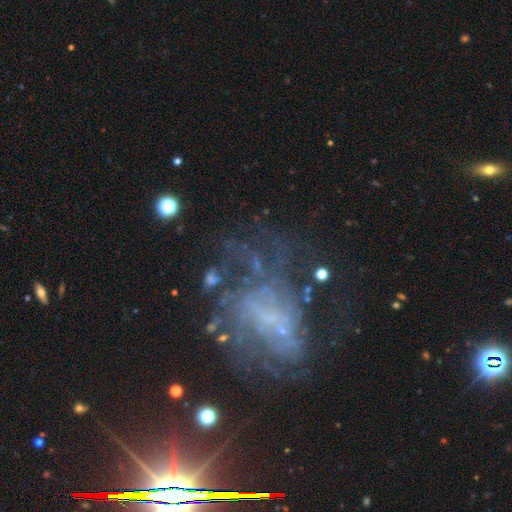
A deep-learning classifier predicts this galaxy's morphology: featured or disk 60%, star or artifact 26%, smooth 13%. Down the decision tree: edge-on disk — no (96%); bar — no (65%); spiral arms — yes (54%); bulge size — none (59%); merging — none (41%).